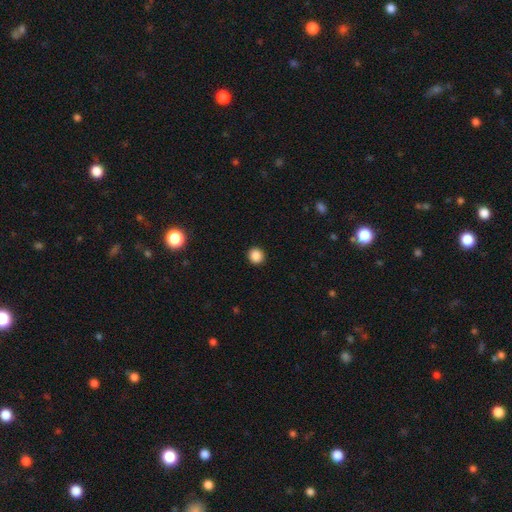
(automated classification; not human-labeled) smooth_or_featured: smooth (p=0.87) [alt: star or artifact p=0.10]
how_rounded: round (p=0.91) [alt: in between p=0.08]
merging: none (p=0.93) [alt: minor disturbance p=0.05]